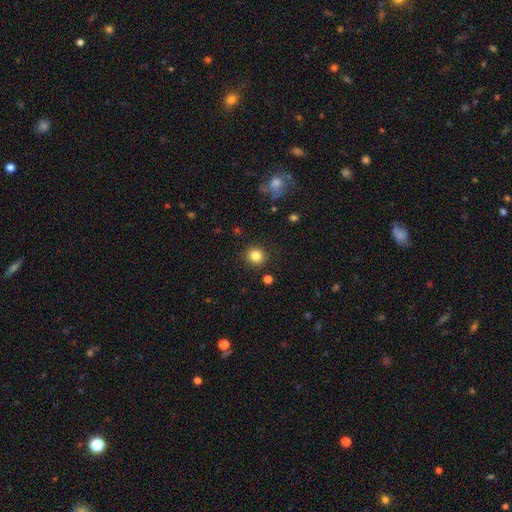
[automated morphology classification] Q: Smooth or featured?
A: smooth (83%); runner-up: star or artifact (11%)
Q: How rounded?
A: round (89%); runner-up: in between (10%)
Q: Merging?
A: none (89%); runner-up: minor disturbance (7%)